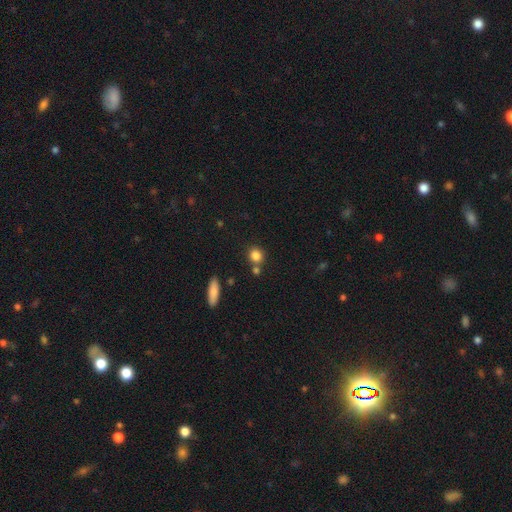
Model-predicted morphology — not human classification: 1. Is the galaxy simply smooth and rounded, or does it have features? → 83% smooth, 11% star or artifact, 6% featured or disk.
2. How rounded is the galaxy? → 80% round, 18% in between, 2% cigar-shaped.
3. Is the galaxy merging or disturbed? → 70% none, 17% merger, 10% minor disturbance, 3% major disturbance.